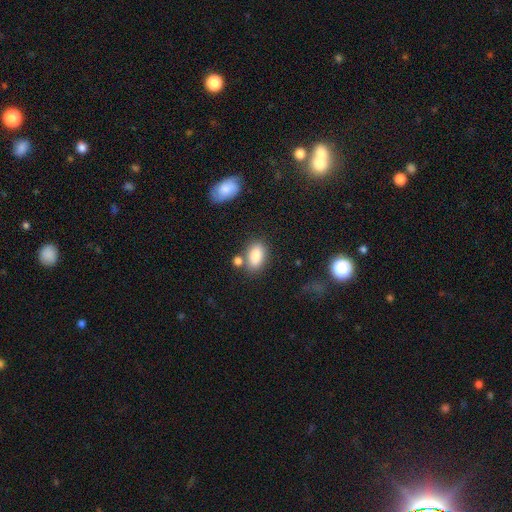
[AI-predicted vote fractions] This appears to be a smooth galaxy with no disk features (85%) that is in between round and cigar-shaped (89%). Merging: none (68%).